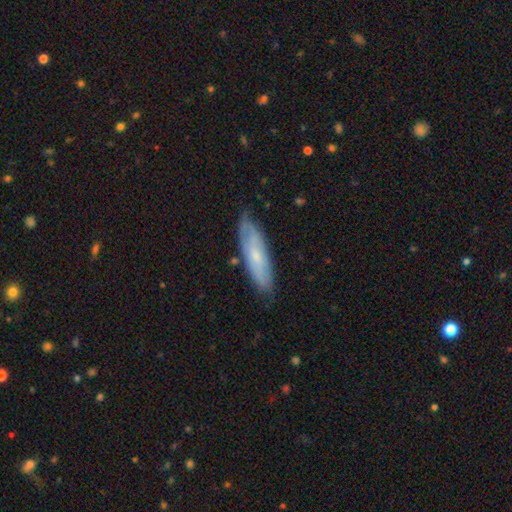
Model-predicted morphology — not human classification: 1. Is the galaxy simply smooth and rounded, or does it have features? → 47% smooth, 46% featured or disk, 7% star or artifact.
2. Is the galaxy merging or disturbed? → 78% none, 17% minor disturbance, 3% major disturbance, 2% merger.